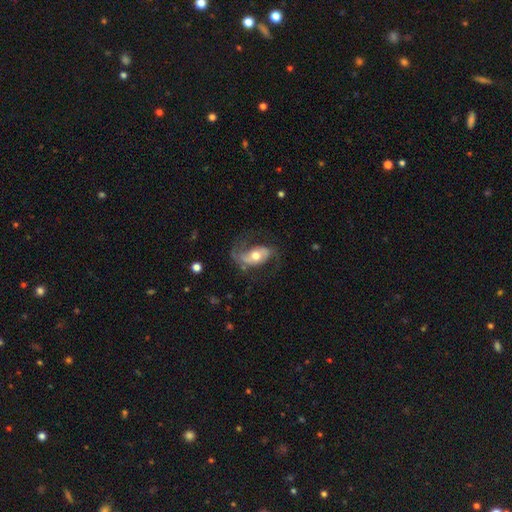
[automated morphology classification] Smooth or featured?
  - featured or disk: 73% *
  - smooth: 21%
  - star or artifact: 6%
Edge-on disk?
  - no: 95% *
  - yes: 5%
Bar?
  - no: 47% *
  - weak: 34%
  - strong: 19%
Spiral arms?
  - yes: 89% *
  - no: 11%
Spiral winding?
  - loose: 50% *
  - medium: 39%
  - tight: 12%
Spiral arm count?
  - 2: 75% *
  - 1: 16%
  - can't tell: 5%
  - 3: 1%
  - 4: 1%
  - more than 4: 1%
Bulge size?
  - moderate: 70% *
  - small: 15%
  - large: 12%
  - dominant: 1%
  - none: 1%
Merging?
  - none: 55% *
  - major disturbance: 23%
  - minor disturbance: 21%
  - merger: 2%